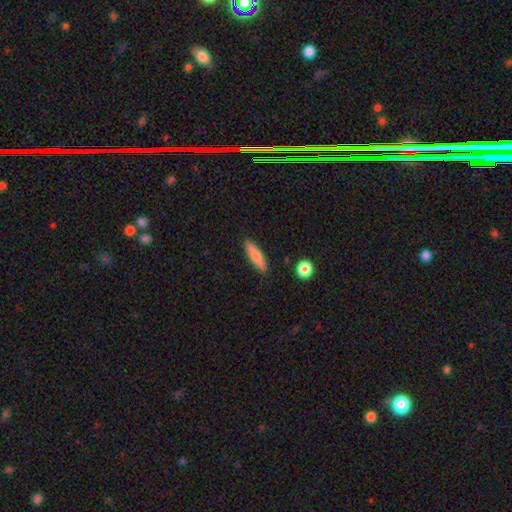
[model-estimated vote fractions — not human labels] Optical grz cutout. It shows a smooth galaxy with no disk features (73%) that is cigar-shaped (74%). Merging: none (88%).